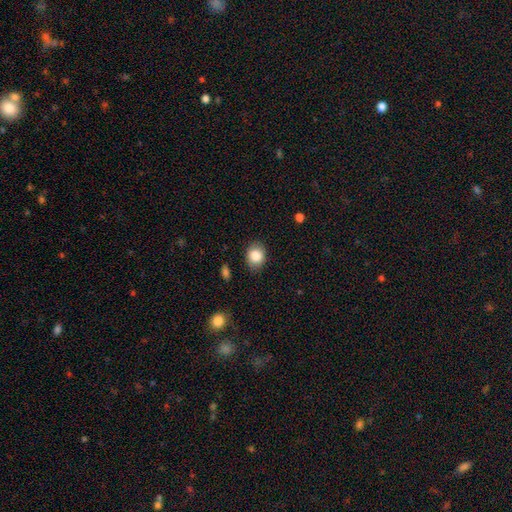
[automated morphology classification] smooth_or_featured: smooth (p=0.85) [alt: star or artifact p=0.09]
how_rounded: round (p=0.55) [alt: in between p=0.44]
merging: none (p=0.83) [alt: minor disturbance p=0.12]